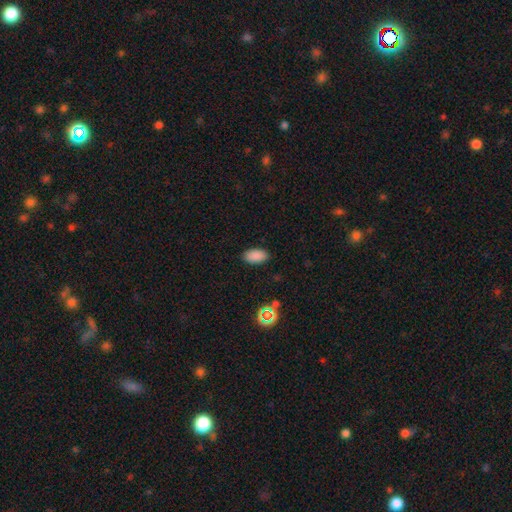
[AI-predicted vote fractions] This is clearly a smooth galaxy (86%). How rounded: clearly in between (93%). Merging: clearly none (88%).